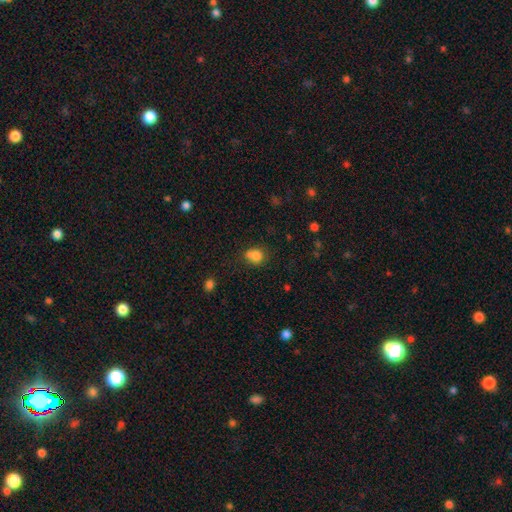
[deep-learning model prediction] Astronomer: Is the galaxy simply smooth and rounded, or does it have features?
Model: smooth — 79%.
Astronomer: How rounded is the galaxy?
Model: round — 68%.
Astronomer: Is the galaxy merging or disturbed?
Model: none — 47% (runner-up: merger, 29%).